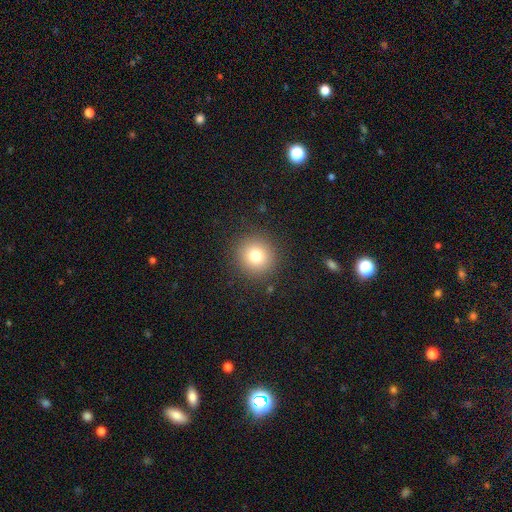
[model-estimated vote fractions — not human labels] A smooth galaxy with no disk features (78%) that is round (94%). Merging: none (90%).